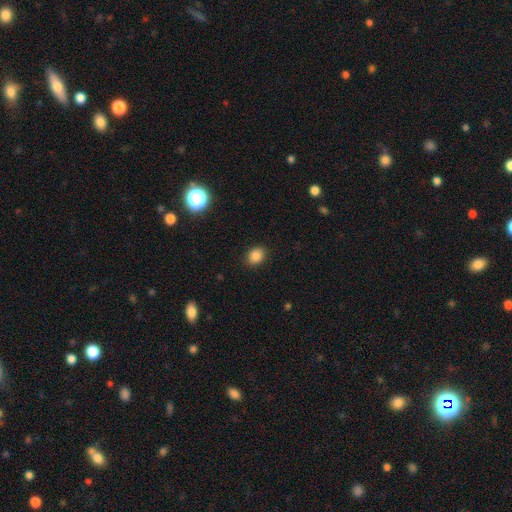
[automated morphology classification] This is clearly a smooth galaxy (86%). How rounded: possibly in between (53%). Merging: clearly none (88%).